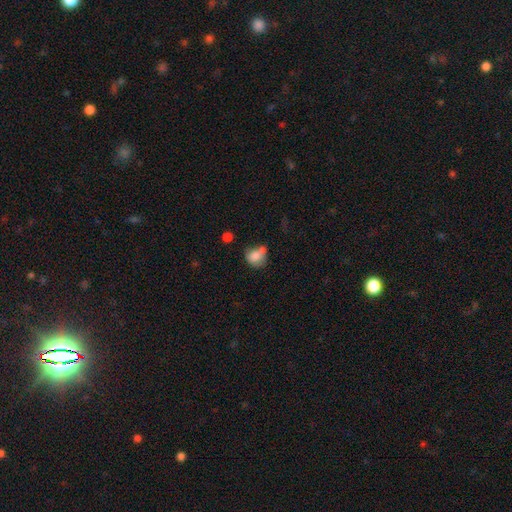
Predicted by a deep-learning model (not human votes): A smooth galaxy with no disk features (78%) that is round (58%). Merging: none (36%).